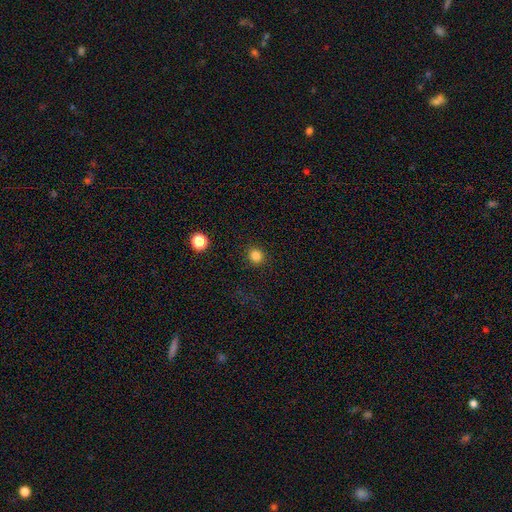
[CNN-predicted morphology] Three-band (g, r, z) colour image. It shows a smooth galaxy with no disk features (83%) that is round (87%). Merging: none (90%).